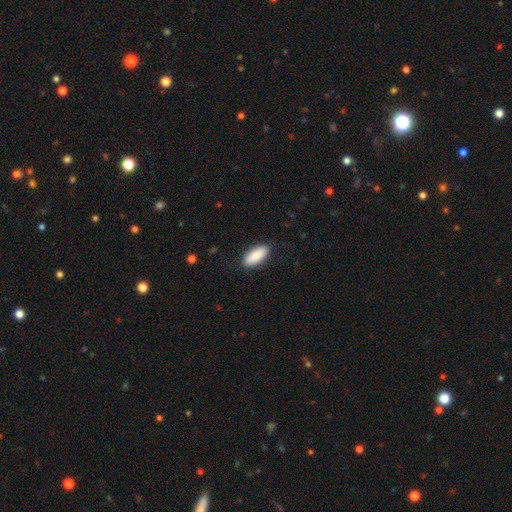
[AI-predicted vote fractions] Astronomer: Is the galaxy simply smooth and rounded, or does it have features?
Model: smooth — 90%.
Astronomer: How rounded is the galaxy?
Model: in between — 85%.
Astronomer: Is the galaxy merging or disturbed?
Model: none — 86%.